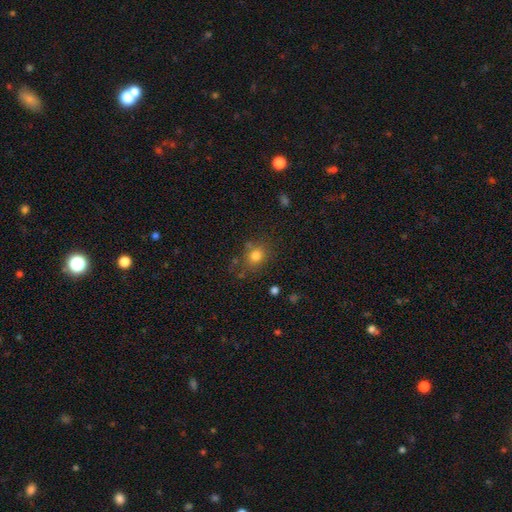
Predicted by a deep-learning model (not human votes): Smooth or featured? smooth (79%)
How rounded? round (66%)
Merging? none (74%)